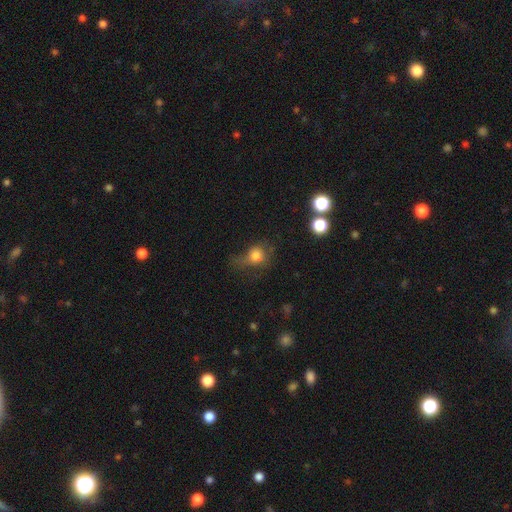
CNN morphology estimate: smooth_or_featured: smooth (p=0.71) [alt: featured or disk p=0.16]
how_rounded: round (p=0.70) [alt: in between p=0.28]
merging: none (p=0.39) [alt: major disturbance p=0.32]